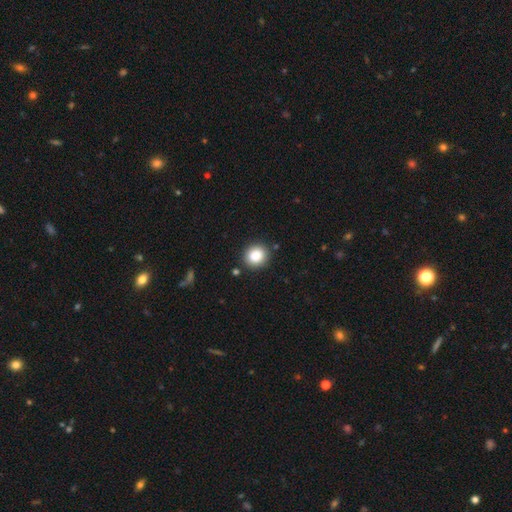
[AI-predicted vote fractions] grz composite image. It shows a smooth galaxy with no disk features (87%) that is round (85%). Merging: none (87%).